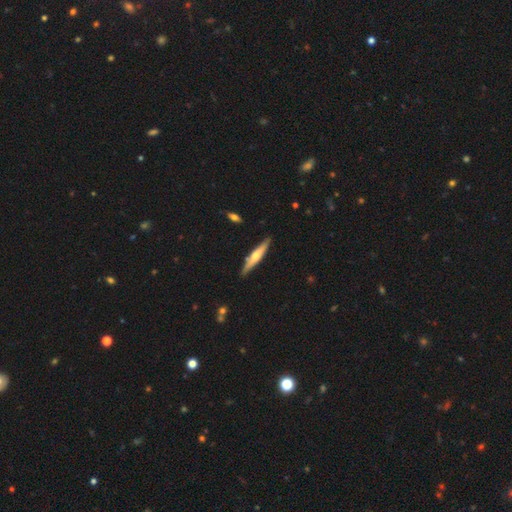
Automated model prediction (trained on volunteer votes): smooth-or-featured: featured or disk: 56% | smooth: 39% | star or artifact: 5%
  disk-edge-on: yes: 95% | no: 5%
    edge-on-bulge: rounded: 84% | none: 10% | boxy: 6%
  merging: none: 86% | minor disturbance: 10% | merger: 2% | major disturbance: 2%